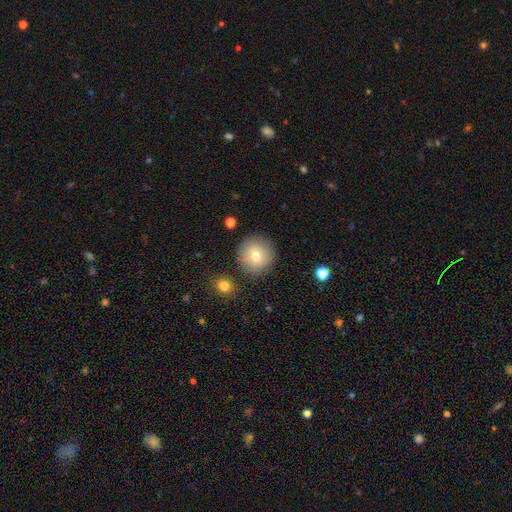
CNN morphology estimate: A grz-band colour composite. It shows a smooth galaxy with no disk features (77%) that is round (94%). Merging: none (85%).